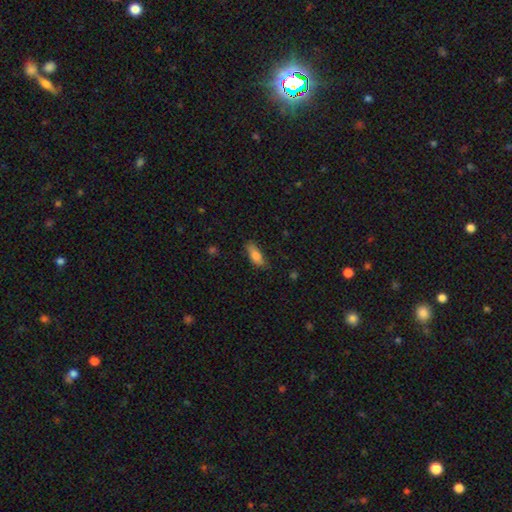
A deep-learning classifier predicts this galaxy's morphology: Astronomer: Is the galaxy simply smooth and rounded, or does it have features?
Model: smooth — 80%.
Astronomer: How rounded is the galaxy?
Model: in between — 72%.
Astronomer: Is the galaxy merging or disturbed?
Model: none — 71%.